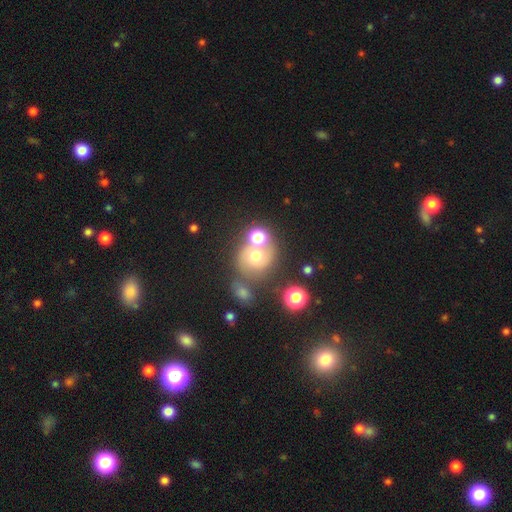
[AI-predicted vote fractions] Overall: smooth (50%; featured or disk 31%). How rounded: round (78%). Merging: none (46%; merger 33%).